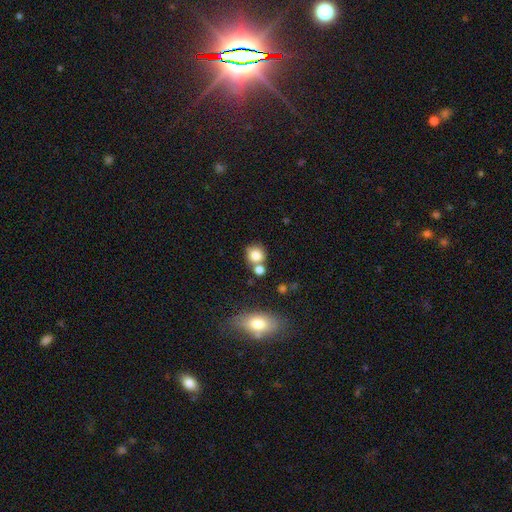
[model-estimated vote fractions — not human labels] Overall: smooth (80%). How rounded: round (81%). Merging: none (55%; merger 29%).